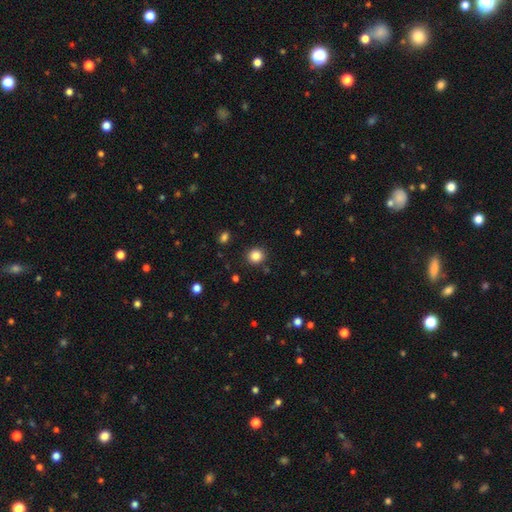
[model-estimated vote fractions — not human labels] smooth_or_featured: smooth (p=0.85) [alt: star or artifact p=0.11]
how_rounded: round (p=0.90) [alt: in between p=0.09]
merging: none (p=0.89) [alt: minor disturbance p=0.06]